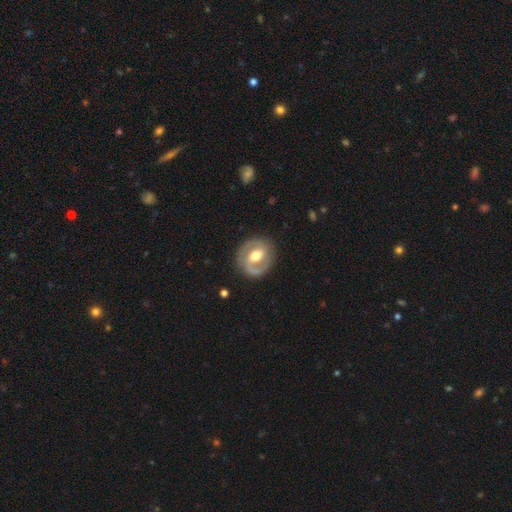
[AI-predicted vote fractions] Smooth or featured?
  - featured or disk: 77% *
  - smooth: 18%
  - star or artifact: 5%
Edge-on disk?
  - no: 97% *
  - yes: 3%
Bar?
  - weak: 48% *
  - strong: 26%
  - no: 26%
Spiral arms?
  - yes: 85% *
  - no: 15%
Spiral winding?
  - medium: 45% *
  - tight: 38%
  - loose: 17%
Spiral arm count?
  - 2: 78% *
  - 1: 12%
  - can't tell: 6%
  - 3: 1%
  - 4: 1%
  - more than 4: 1%
Bulge size?
  - moderate: 70% *
  - large: 16%
  - small: 11%
  - dominant: 1%
  - none: 1%
Merging?
  - none: 81% *
  - minor disturbance: 13%
  - major disturbance: 5%
  - merger: 1%